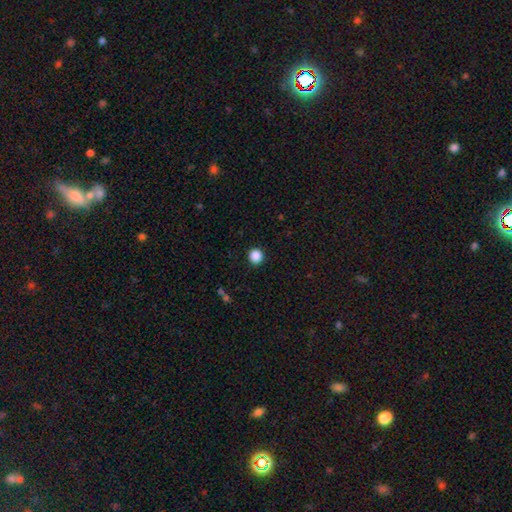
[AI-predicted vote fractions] Q: Smooth or featured?
A: smooth (87%); runner-up: star or artifact (10%)
Q: How rounded?
A: round (94%); runner-up: in between (6%)
Q: Merging?
A: none (92%); runner-up: minor disturbance (5%)